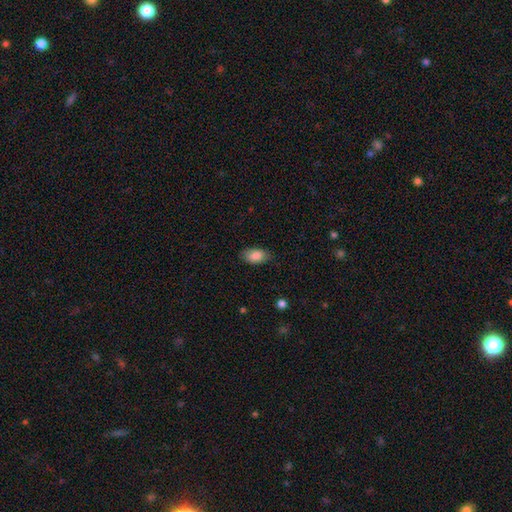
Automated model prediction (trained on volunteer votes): Overall: smooth (85%). How rounded: in between (92%). Merging: none (81%).